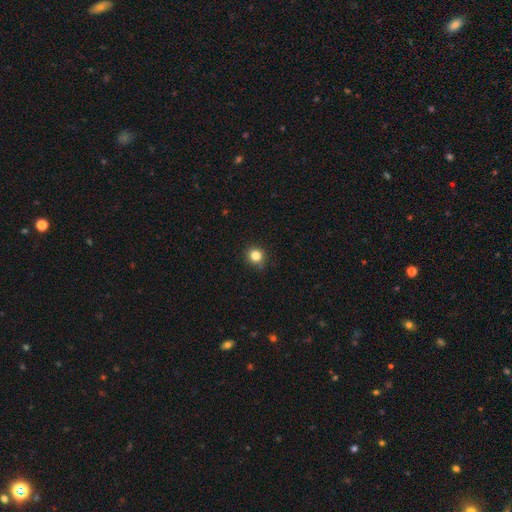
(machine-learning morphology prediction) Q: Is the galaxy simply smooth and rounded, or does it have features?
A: smooth — 83%.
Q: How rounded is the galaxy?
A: round — 88%.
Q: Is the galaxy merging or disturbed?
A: none — 87%.